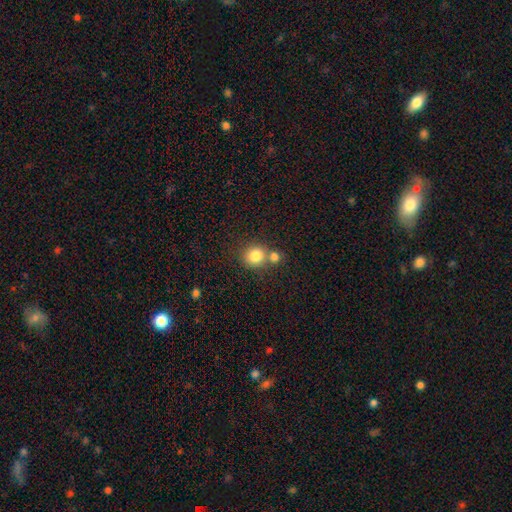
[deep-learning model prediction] smooth 82%, star or artifact 11%, featured or disk 8%. Down the decision tree: how rounded — round (85%); merging — none (54%).